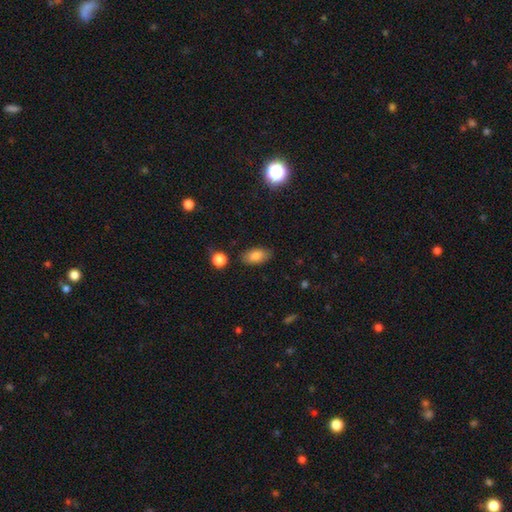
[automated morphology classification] This appears to be a smooth galaxy with no disk features (83%) that is in between round and cigar-shaped (91%). Merging: none (83%).